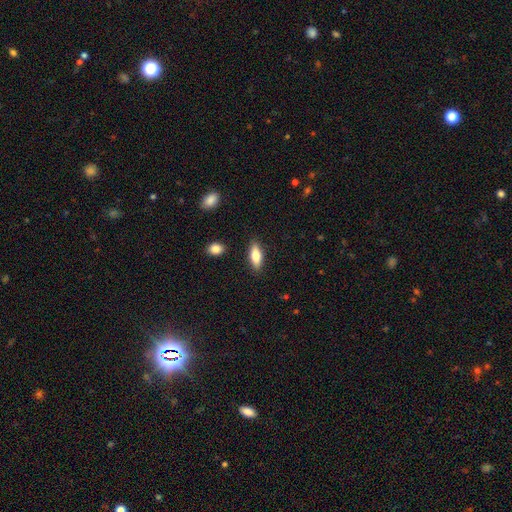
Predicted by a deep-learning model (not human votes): Smooth or featured?
  - smooth: 72% *
  - featured or disk: 22%
  - star or artifact: 7%
How rounded?
  - in between: 63% *
  - cigar-shaped: 34%
  - round: 3%
Merging?
  - none: 86% *
  - minor disturbance: 10%
  - major disturbance: 2%
  - merger: 2%